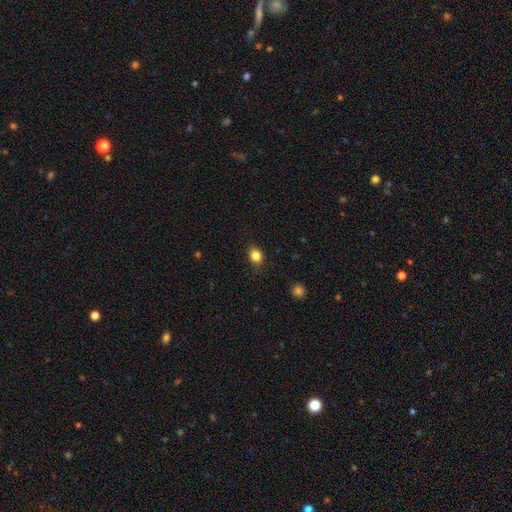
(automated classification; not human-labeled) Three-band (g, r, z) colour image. It shows a smooth galaxy with no disk features (83%) that is in between round and cigar-shaped (54%). Merging: none (81%).